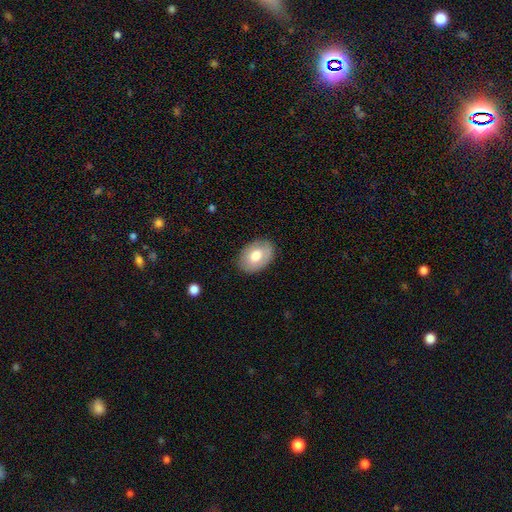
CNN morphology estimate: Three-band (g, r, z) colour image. It shows a smooth galaxy with no disk features (69%) that is in between round and cigar-shaped (82%). Merging: none (84%).